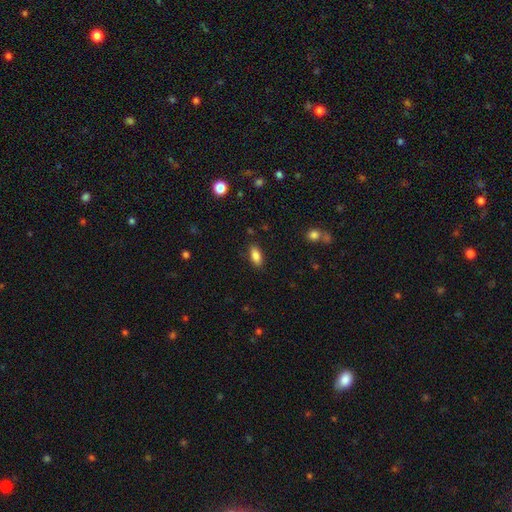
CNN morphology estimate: smooth-or-featured: smooth: 86% | star or artifact: 8% | featured or disk: 6%
  how-rounded: in between: 86% | cigar-shaped: 11% | round: 3%
  merging: none: 87% | minor disturbance: 10% | major disturbance: 3% | merger: 1%